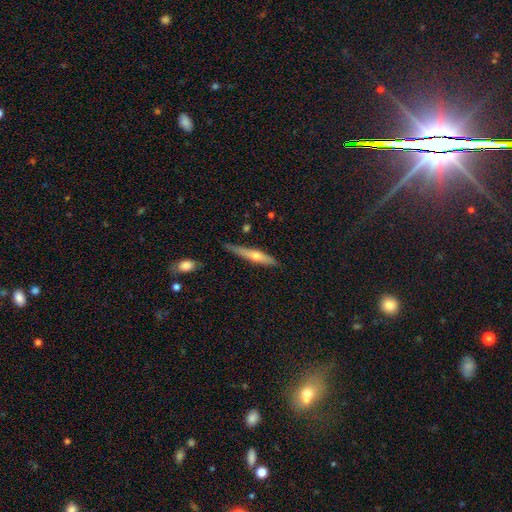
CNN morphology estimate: Q: Smooth or featured?
A: featured or disk (49%); runner-up: smooth (45%)
Q: Merging?
A: none (75%); runner-up: minor disturbance (19%)